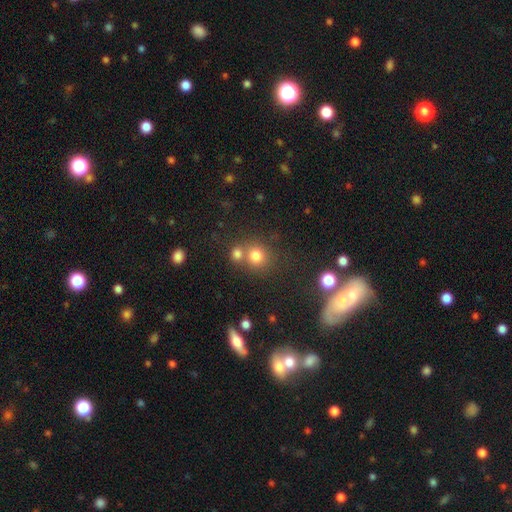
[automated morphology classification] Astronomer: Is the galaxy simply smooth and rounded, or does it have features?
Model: smooth — 77%.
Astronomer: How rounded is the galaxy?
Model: round — 87%.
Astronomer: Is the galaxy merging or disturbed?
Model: none — 55% (runner-up: merger, 34%).